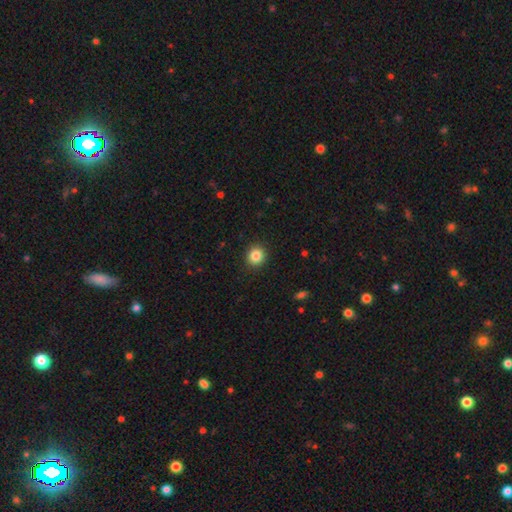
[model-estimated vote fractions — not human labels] A smooth galaxy with no disk features (84%) that is round (90%). Merging: none (92%).